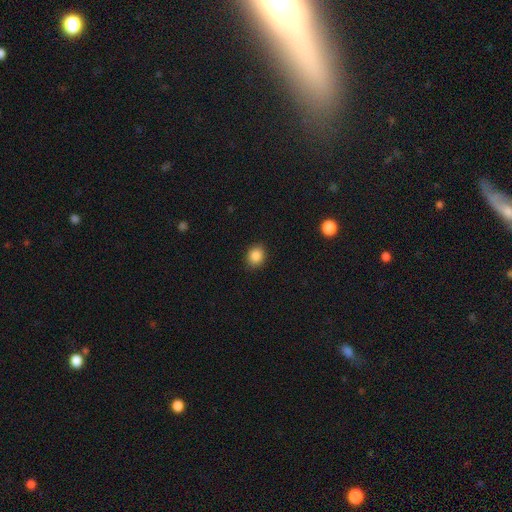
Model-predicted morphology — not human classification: A smooth galaxy with no disk features (87%) that is round (66%). Merging: none (89%).